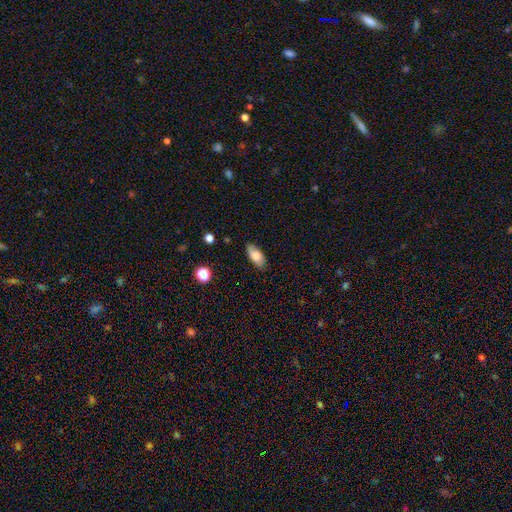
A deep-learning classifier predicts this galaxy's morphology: smooth 78%, featured or disk 14%, star or artifact 8%. Down the decision tree: how rounded — in between (89%); merging — none (82%).